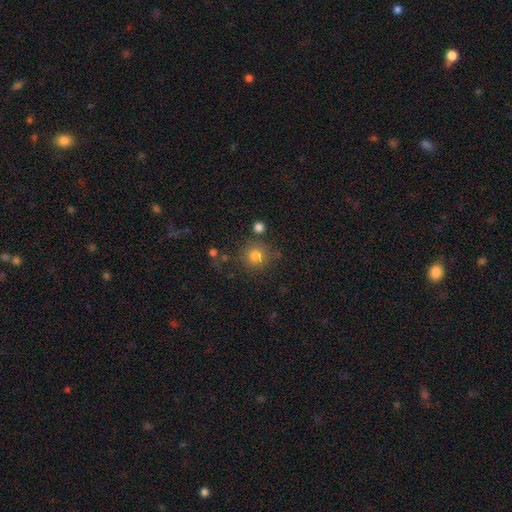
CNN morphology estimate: This appears to be a smooth galaxy with no disk features (80%) that is round (91%). Merging: none (74%).